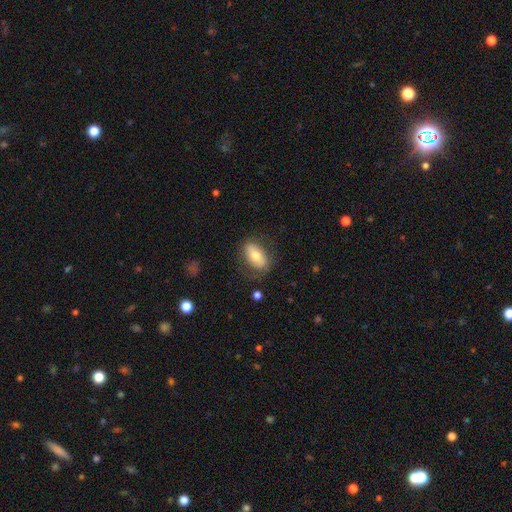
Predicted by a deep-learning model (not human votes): Q: Smooth or featured?
A: smooth (70%); runner-up: featured or disk (23%)
Q: How rounded?
A: in between (88%); runner-up: cigar-shaped (7%)
Q: Merging?
A: none (74%); runner-up: minor disturbance (17%)